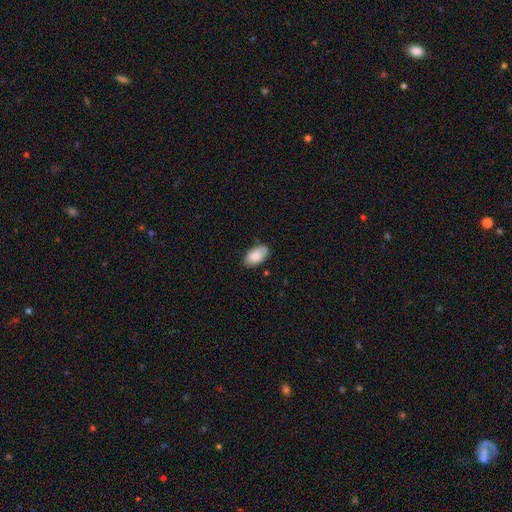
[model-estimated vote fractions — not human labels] Morphology: type=smooth (86%); roundness=in between (95%); merging=none (78%).